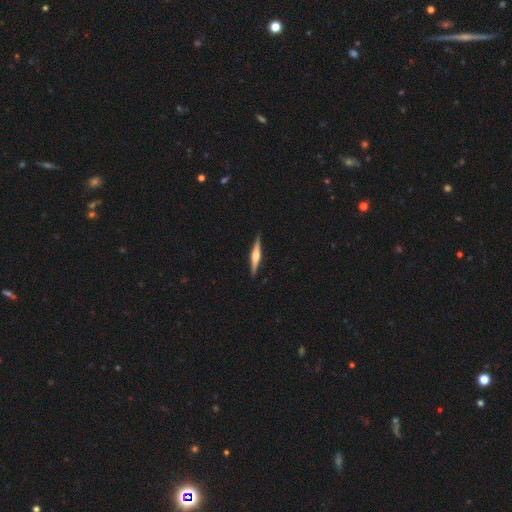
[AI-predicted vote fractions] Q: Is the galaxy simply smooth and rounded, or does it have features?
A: featured or disk — 70%.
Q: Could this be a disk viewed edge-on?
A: yes — 98%.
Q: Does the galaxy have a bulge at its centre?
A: rounded — 86%.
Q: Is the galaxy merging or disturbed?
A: none — 91%.